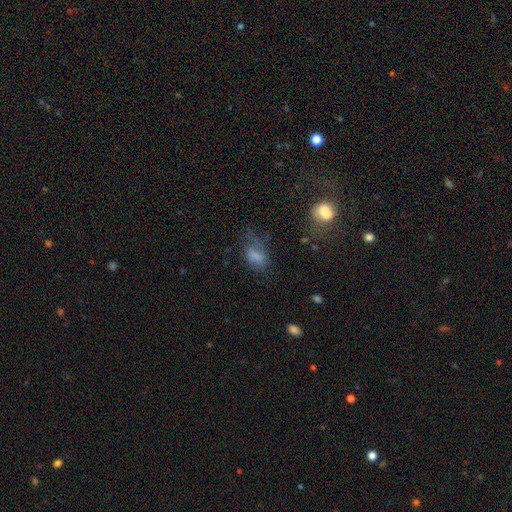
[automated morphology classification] This appears to be a smooth galaxy with no disk features (65%) that is in between round and cigar-shaped (85%). Merging: none (39%).